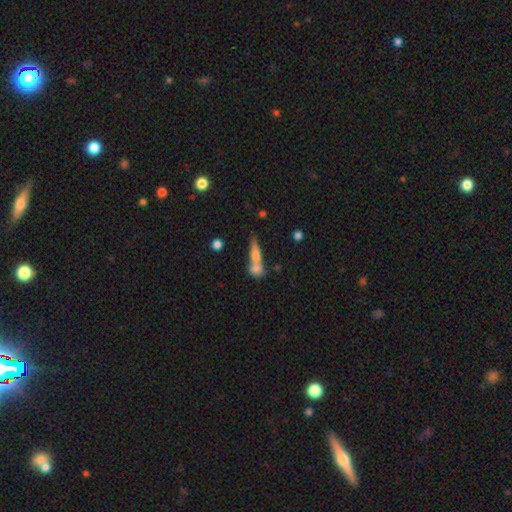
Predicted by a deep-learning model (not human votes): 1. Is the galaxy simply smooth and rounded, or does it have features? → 61% smooth, 29% featured or disk, 10% star or artifact.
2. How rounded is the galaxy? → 63% cigar-shaped, 28% in between, 9% round.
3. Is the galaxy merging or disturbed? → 46% merger, 37% none, 11% minor disturbance, 6% major disturbance.